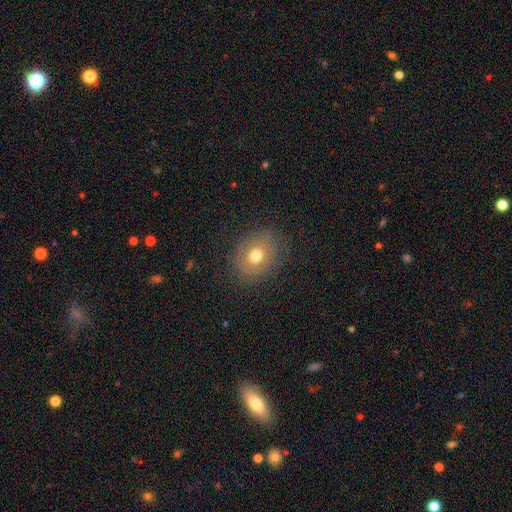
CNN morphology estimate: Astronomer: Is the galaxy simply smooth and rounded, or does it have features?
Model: smooth — 69%.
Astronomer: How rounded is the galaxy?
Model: round — 57% (runner-up: in between, 42%).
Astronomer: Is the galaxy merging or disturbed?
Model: none — 82%.